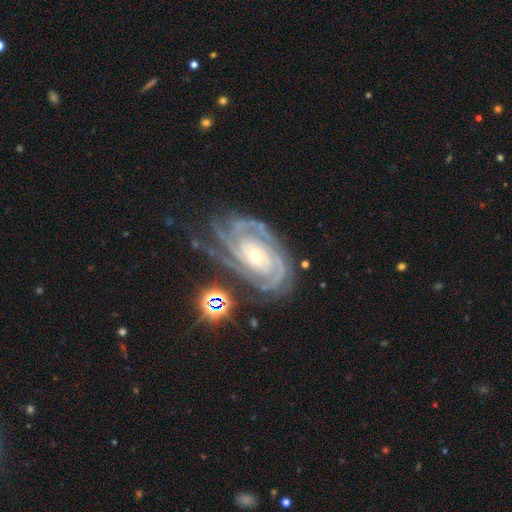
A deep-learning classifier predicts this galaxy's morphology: featured or disk 91%, star or artifact 5%, smooth 3%. Down the decision tree: edge-on disk — no (97%); bar — no (68%); spiral arms — yes (98%); spiral arm count — 3 (32%); spiral winding — tight (77%); bulge size — small (60%); merging — none (67%).